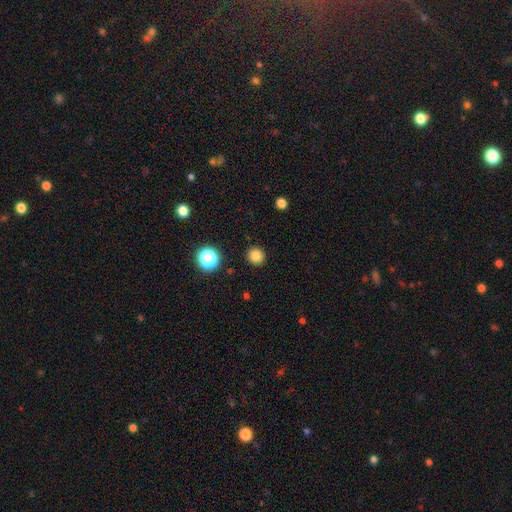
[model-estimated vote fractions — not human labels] Smooth or featured: smooth — 82% (star or artifact — 13%)
How rounded: round — 92% (in between — 7%)
Merging: none — 92% (minor disturbance — 5%)